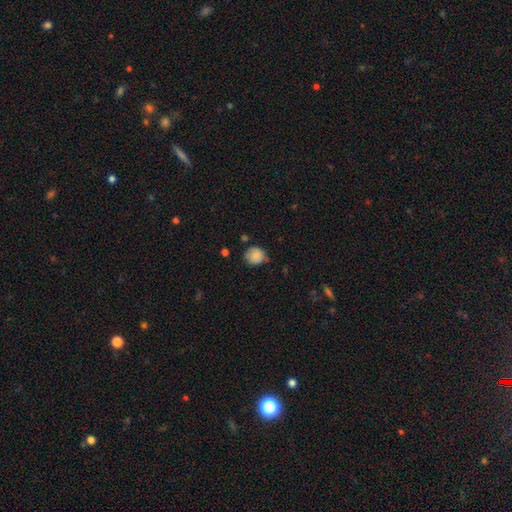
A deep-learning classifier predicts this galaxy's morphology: type=smooth (84%); roundness=round (78%); merging=none (65%).